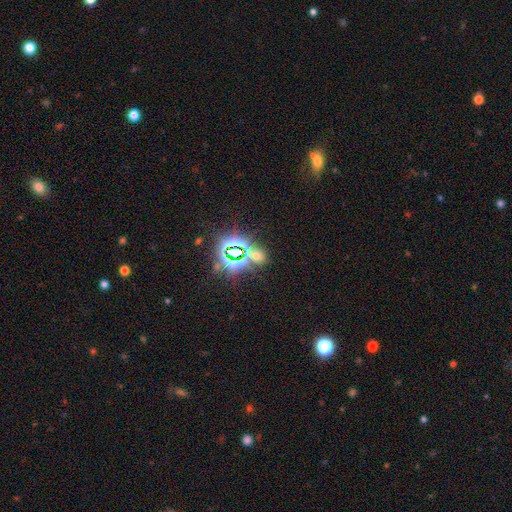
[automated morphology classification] star or artifact 60%, smooth 32%, featured or disk 8%.